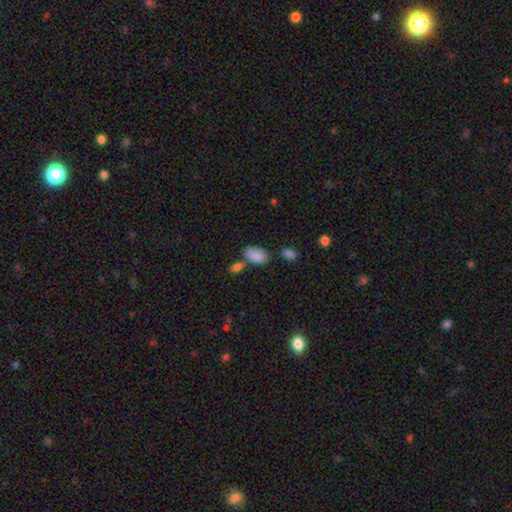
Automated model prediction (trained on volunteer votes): Smooth or featured? smooth (86%)
How rounded? in between (94%)
Merging? none (57%)